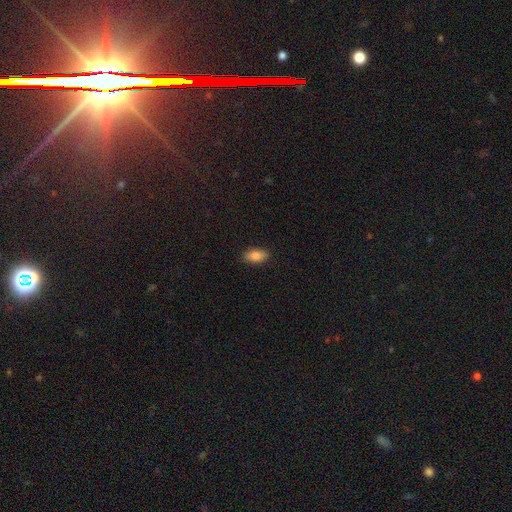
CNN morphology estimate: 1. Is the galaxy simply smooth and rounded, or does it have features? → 87% smooth, 8% star or artifact, 5% featured or disk.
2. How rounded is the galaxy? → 92% in between, 4% round, 4% cigar-shaped.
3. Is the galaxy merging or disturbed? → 87% none, 9% minor disturbance, 2% major disturbance, 1% merger.